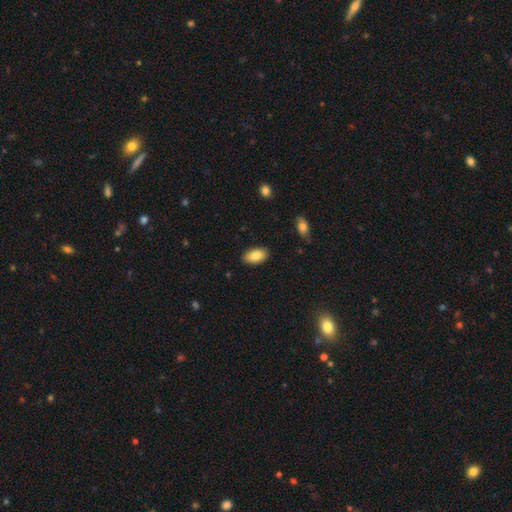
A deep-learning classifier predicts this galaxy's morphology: This appears to be a smooth galaxy with no disk features (85%) that is in between round and cigar-shaped (94%). Merging: none (87%).